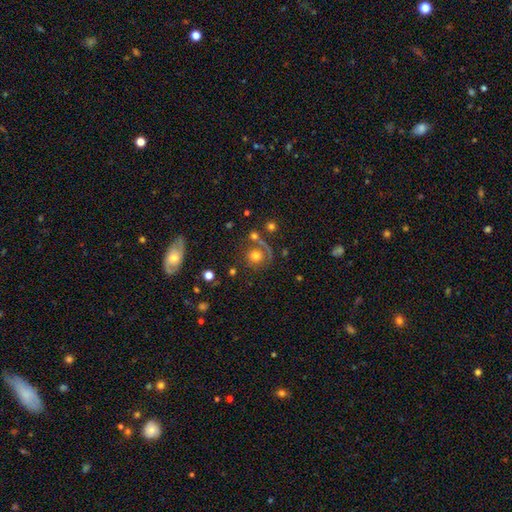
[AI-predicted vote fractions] A smooth galaxy with no disk features (62%) that is round (88%). Merging: none (57%).